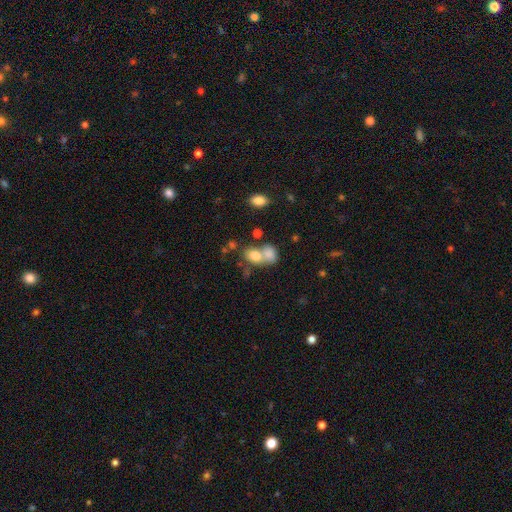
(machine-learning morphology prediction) smooth_or_featured: smooth (p=0.76) [alt: featured or disk p=0.13]
how_rounded: in between (p=0.66) [alt: round p=0.32]
merging: merger (p=0.58) [alt: none p=0.29]